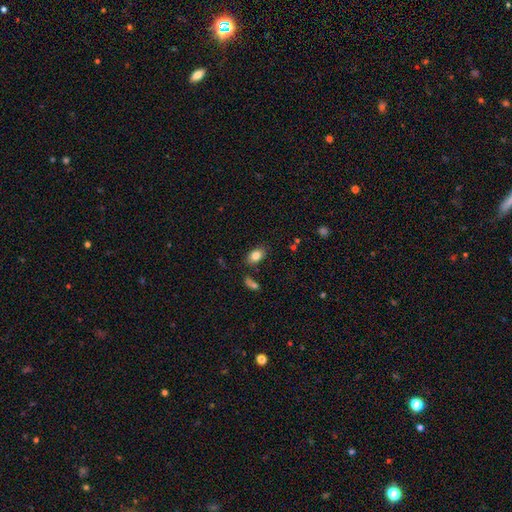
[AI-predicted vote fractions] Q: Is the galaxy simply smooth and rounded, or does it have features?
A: smooth — 82%.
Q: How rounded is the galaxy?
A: in between — 87%.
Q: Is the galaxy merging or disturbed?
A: none — 80%.